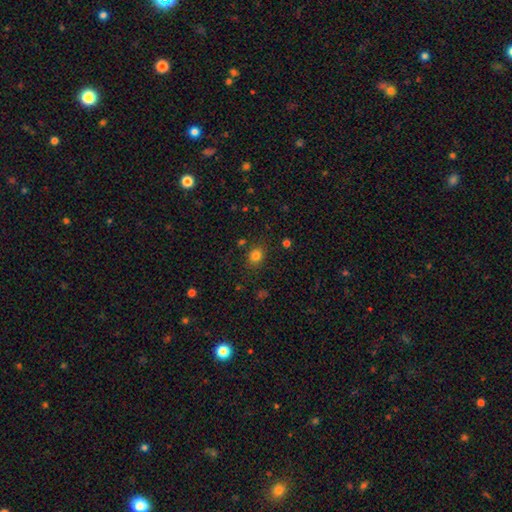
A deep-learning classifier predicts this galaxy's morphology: The model was most divided on "how rounded": round: 58%, in between: 41%, cigar-shaped: 1%. More confident: merging — none (83%); smooth or featured — smooth (81%).